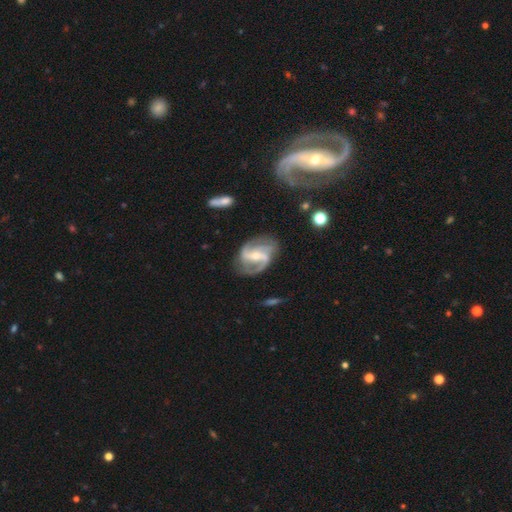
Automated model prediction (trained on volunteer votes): This is clearly a featured or disk galaxy (91%). It is clearly not viewed edge-on (98%). Bar: marginally strong (41%). Spiral arm pattern: clearly yes (98%). Spiral arm count: possibly 2 (57%). Spiral winding: possibly medium (52%). Central bulge: possibly small (59%). Merging: likely none (72%).